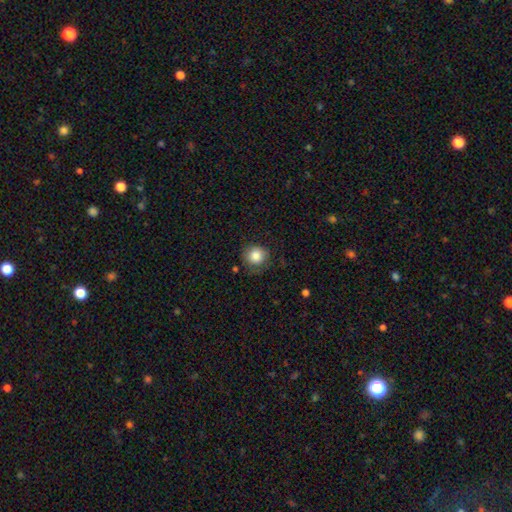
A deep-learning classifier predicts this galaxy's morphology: Smooth or featured? smooth (83%)
How rounded? round (90%)
Merging? none (74%)